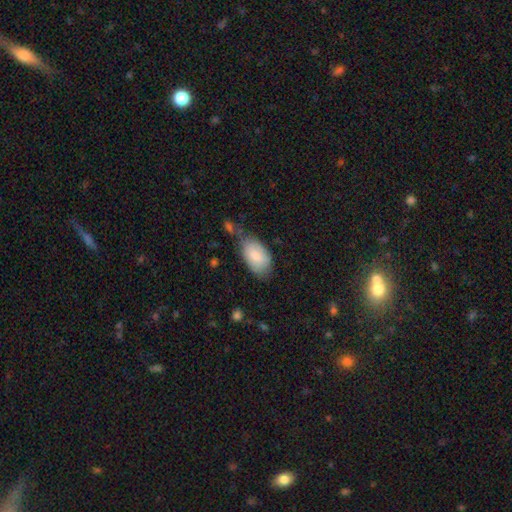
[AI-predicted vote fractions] Smooth or featured? smooth (83%)
How rounded? in between (94%)
Merging? none (54%)